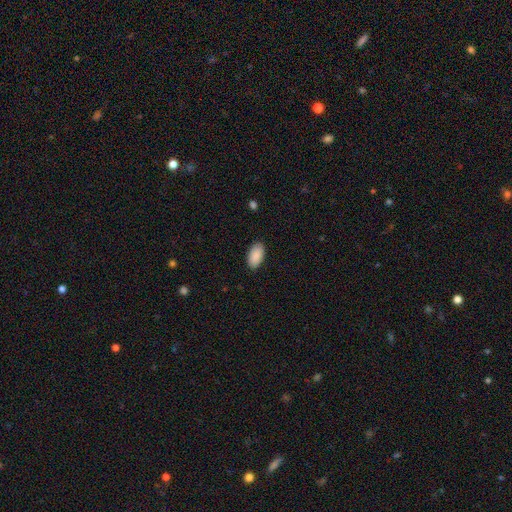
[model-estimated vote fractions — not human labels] This is clearly a smooth galaxy (91%). How rounded: clearly in between (96%). Merging: clearly none (89%).